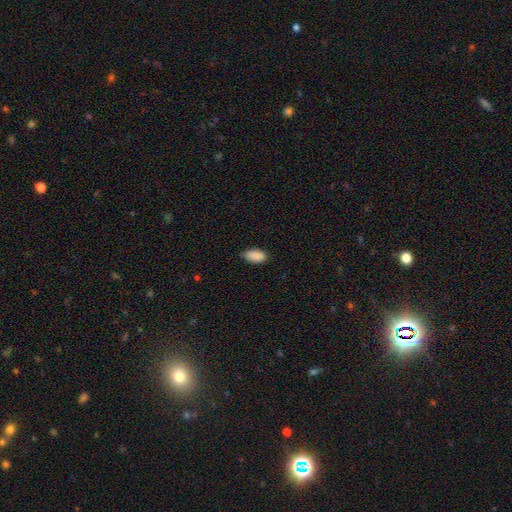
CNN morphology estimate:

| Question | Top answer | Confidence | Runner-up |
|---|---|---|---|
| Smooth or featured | smooth | 90% | star or artifact (7%) |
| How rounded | in between | 93% | round (3%) |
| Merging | none | 76% | minor disturbance (20%) |